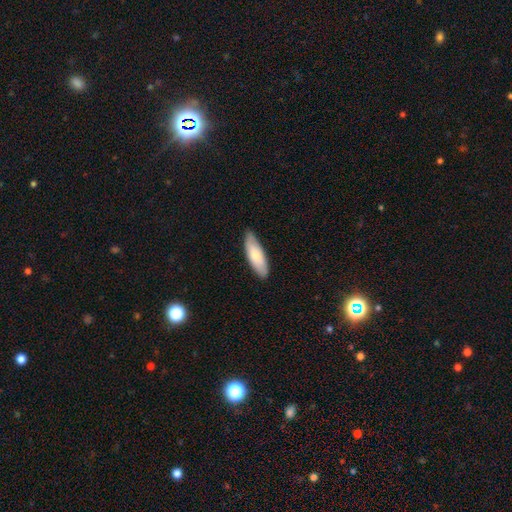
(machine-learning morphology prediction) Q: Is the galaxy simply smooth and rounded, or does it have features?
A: smooth — 74%.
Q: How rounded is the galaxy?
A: in between — 59%.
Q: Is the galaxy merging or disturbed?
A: none — 83%.